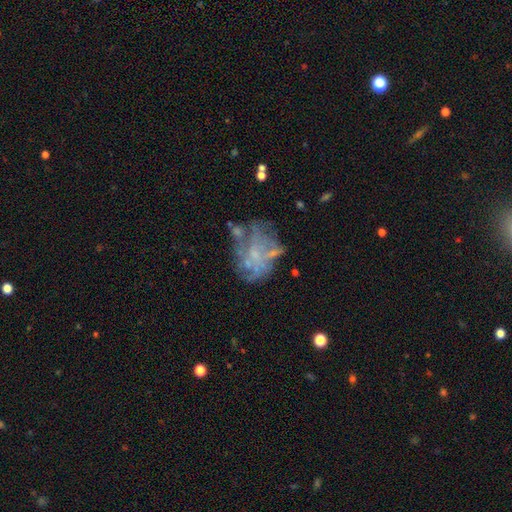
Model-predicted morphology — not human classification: This appears to be a featured or disk galaxy (66%) with no bar (85%), no spiral arms (71%) and no central bulge (58%). Merging: none (46%).